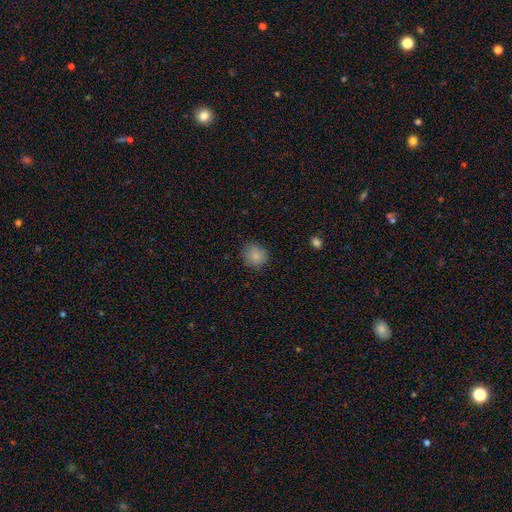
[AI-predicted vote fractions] Smooth or featured?
  - smooth: 85% *
  - star or artifact: 10%
  - featured or disk: 5%
How rounded?
  - round: 85% *
  - in between: 14%
  - cigar-shaped: 1%
Merging?
  - none: 85% *
  - minor disturbance: 11%
  - major disturbance: 3%
  - merger: 1%